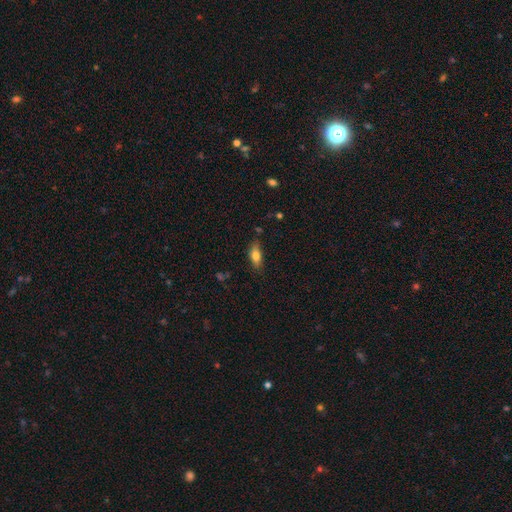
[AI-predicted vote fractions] This is likely a smooth galaxy (76%). How rounded: likely in between (77%). Merging: likely none (77%).